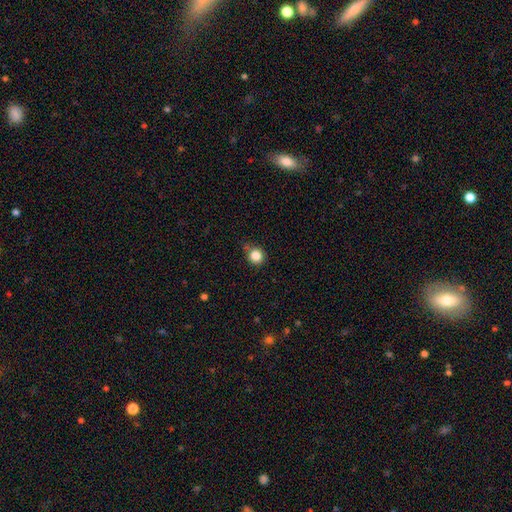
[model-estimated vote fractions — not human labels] Smooth or featured? smooth (83%)
How rounded? round (90%)
Merging? none (71%)